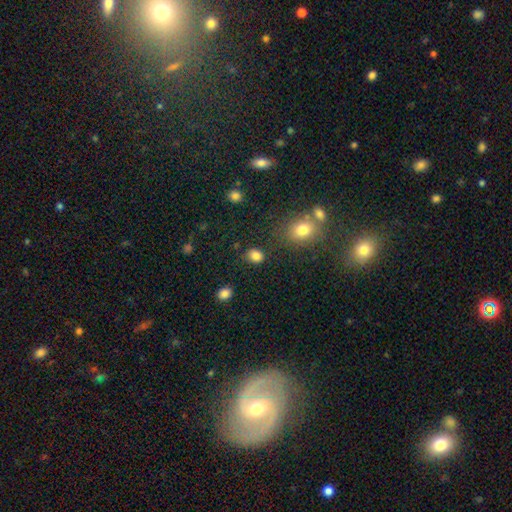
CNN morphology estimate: Smooth or featured?
  - smooth: 84% *
  - star or artifact: 11%
  - featured or disk: 4%
How rounded?
  - round: 58% *
  - in between: 41%
  - cigar-shaped: 1%
Merging?
  - none: 83% *
  - minor disturbance: 10%
  - merger: 4%
  - major disturbance: 3%